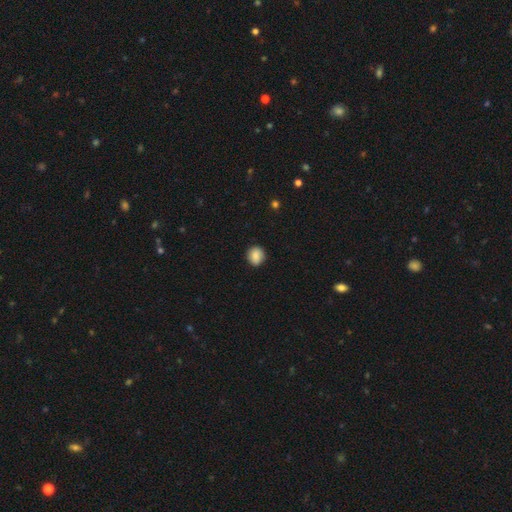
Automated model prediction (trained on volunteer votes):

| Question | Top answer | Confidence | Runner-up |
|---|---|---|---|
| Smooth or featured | smooth | 86% | star or artifact (8%) |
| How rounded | round | 81% | in between (18%) |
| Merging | none | 88% | minor disturbance (9%) |